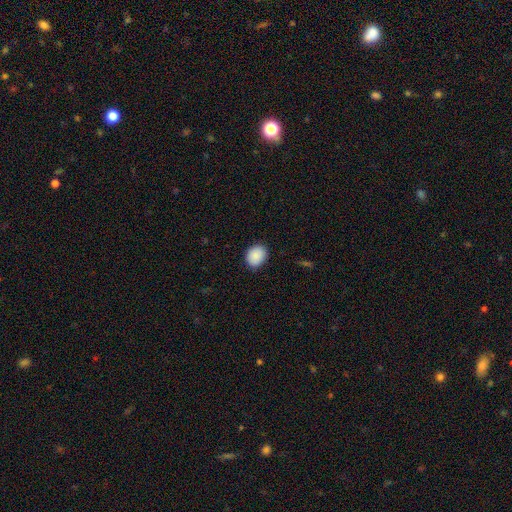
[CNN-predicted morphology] type=smooth (89%); roundness=round (50%, tied with in between); merging=none (86%).